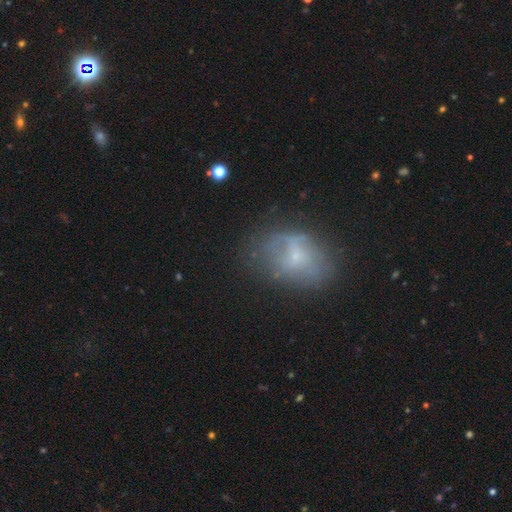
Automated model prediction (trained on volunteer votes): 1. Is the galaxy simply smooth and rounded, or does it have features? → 44% smooth, 42% featured or disk, 13% star or artifact.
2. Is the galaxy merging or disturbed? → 56% none, 26% minor disturbance, 15% major disturbance, 3% merger.